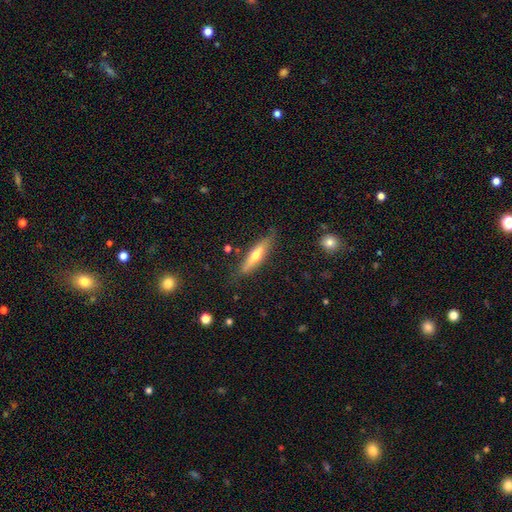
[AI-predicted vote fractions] Q: Smooth or featured?
A: smooth (50%); runner-up: featured or disk (44%)
Q: Merging?
A: none (79%); runner-up: minor disturbance (16%)